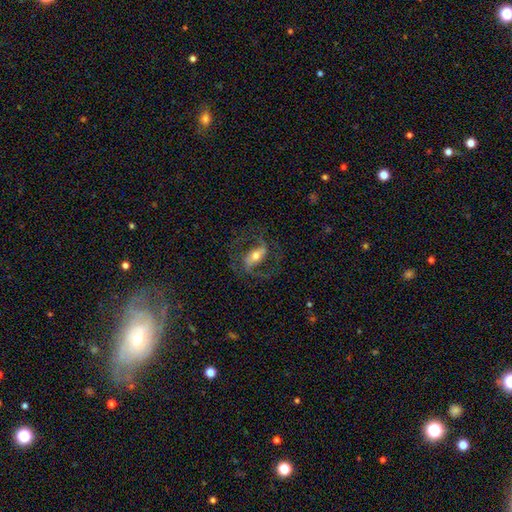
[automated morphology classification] This is likely a featured or disk galaxy (76%). It is clearly not viewed edge-on (92%). Bar: possibly strong (52%). Spiral arm pattern: clearly yes (85%). Spiral arm count: clearly 2 (89%). Spiral winding: possibly medium (55%). Central bulge: likely moderate (63%). Merging: likely none (71%).